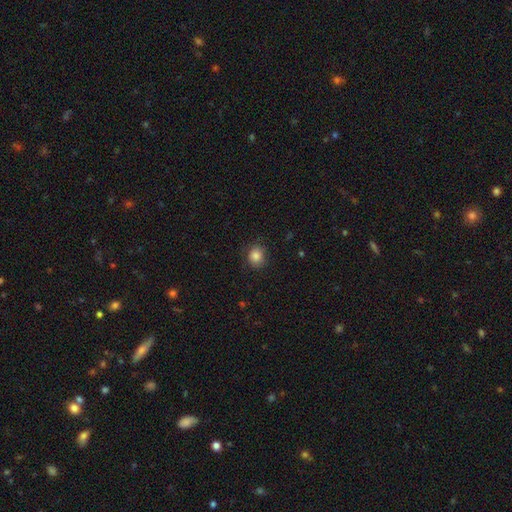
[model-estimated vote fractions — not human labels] Smooth or featured?
  - smooth: 84% *
  - star or artifact: 10%
  - featured or disk: 6%
How rounded?
  - round: 79% *
  - in between: 20%
  - cigar-shaped: 1%
Merging?
  - none: 80% *
  - minor disturbance: 14%
  - major disturbance: 4%
  - merger: 1%